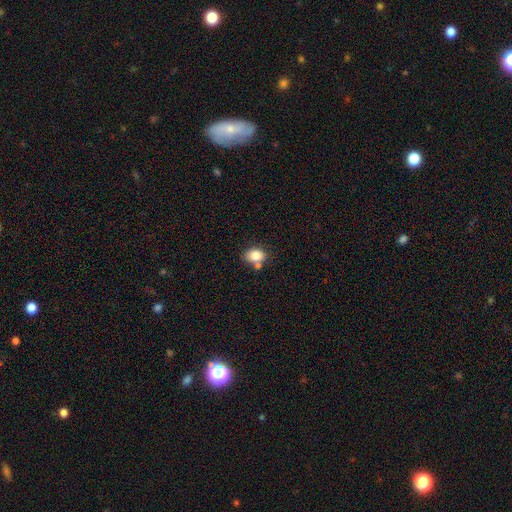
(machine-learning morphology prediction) A smooth galaxy with no disk features (81%) that is in between round and cigar-shaped (67%). Merging: none (60%).